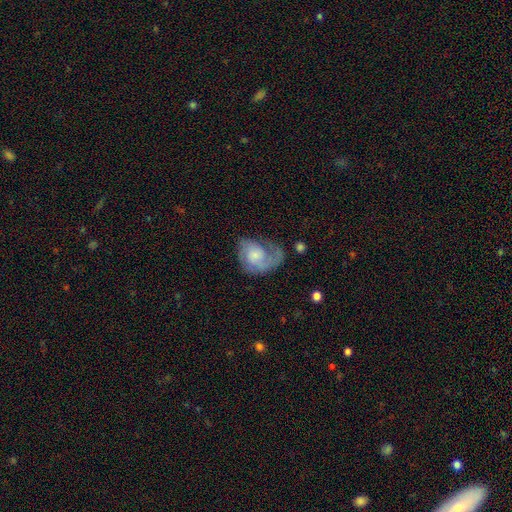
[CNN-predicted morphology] The model was most divided on "merging": none: 39%, major disturbance: 34%, minor disturbance: 23%, merger: 3%. Remaining: edge-on disk — no (97%); spiral arms — yes (89%); bar — no (70%); smooth or featured — featured or disk (67%); spiral arm count — 1 (52%); bulge size — small (45%); spiral winding — medium (42%).